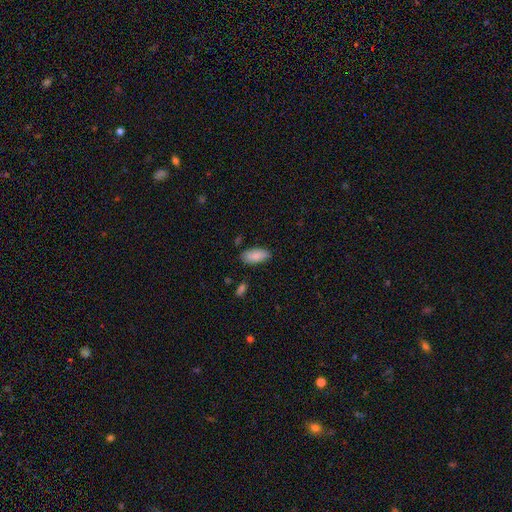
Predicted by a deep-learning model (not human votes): This is clearly a smooth galaxy (87%). How rounded: clearly in between (90%). Merging: clearly none (80%).